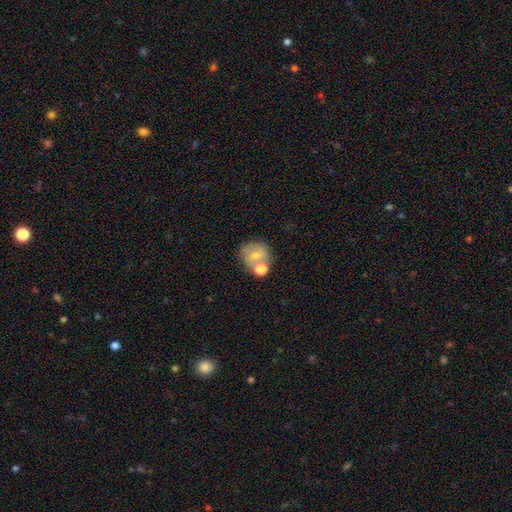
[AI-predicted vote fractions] Overall: smooth (65%; featured or disk 26%). How rounded: round (80%). Merging: none (48%; merger 35%).